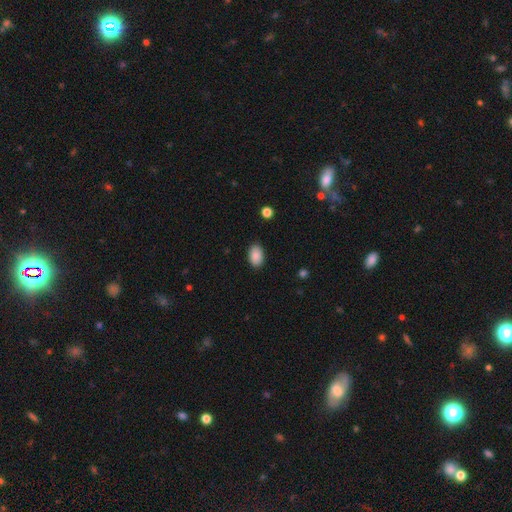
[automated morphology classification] The model was most divided on "merging": none: 88%, minor disturbance: 9%, major disturbance: 2%, merger: 1%. More confident: how rounded — in between (90%); smooth or featured — smooth (89%).